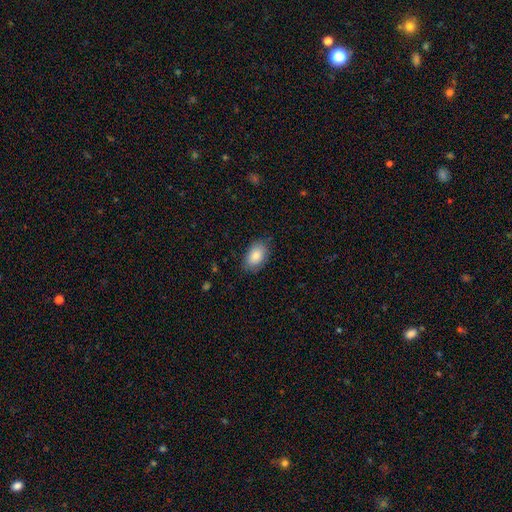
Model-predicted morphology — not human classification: Q: Smooth or featured?
A: smooth (84%); runner-up: featured or disk (9%)
Q: How rounded?
A: in between (90%); runner-up: round (9%)
Q: Merging?
A: none (81%); runner-up: minor disturbance (15%)